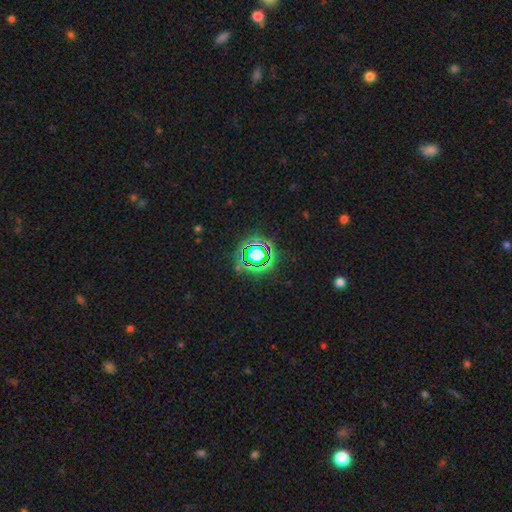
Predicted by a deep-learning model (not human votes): Q: Smooth or featured?
A: star or artifact (71%); runner-up: smooth (18%)